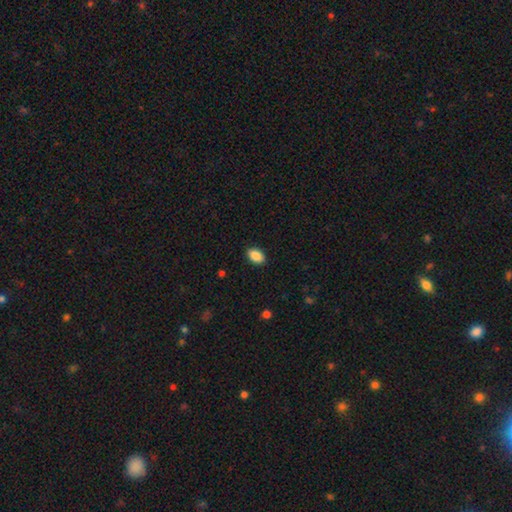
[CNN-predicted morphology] Smooth or featured? smooth (89%)
How rounded? in between (90%)
Merging? none (89%)